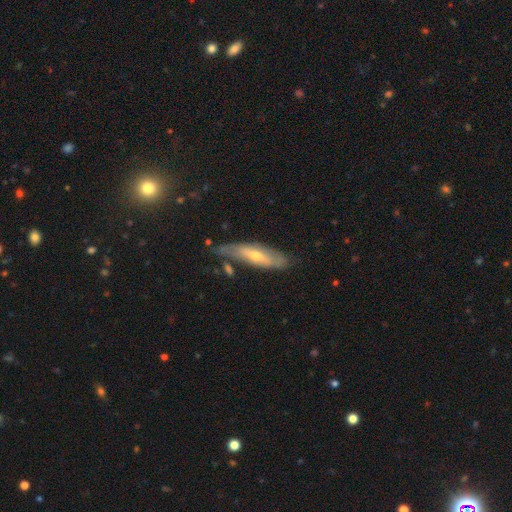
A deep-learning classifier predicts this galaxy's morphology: smooth_or_featured: featured or disk (p=0.60) [alt: smooth p=0.34]
disk_edge_on: no (p=0.53) [alt: yes p=0.47]
merging: none (p=0.64) [alt: minor disturbance p=0.24]